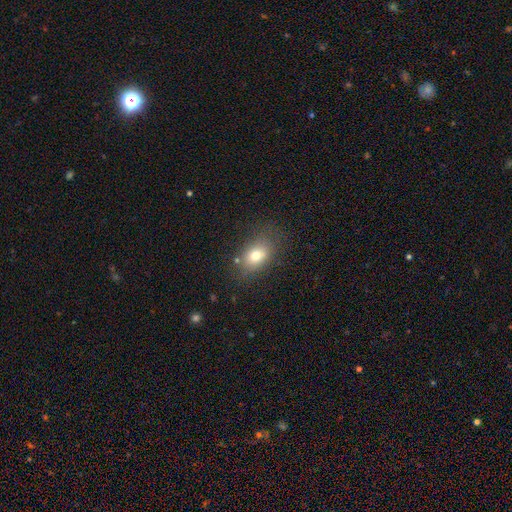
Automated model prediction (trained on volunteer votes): Overall: smooth (76%). How rounded: in between (78%). Merging: none (73%).